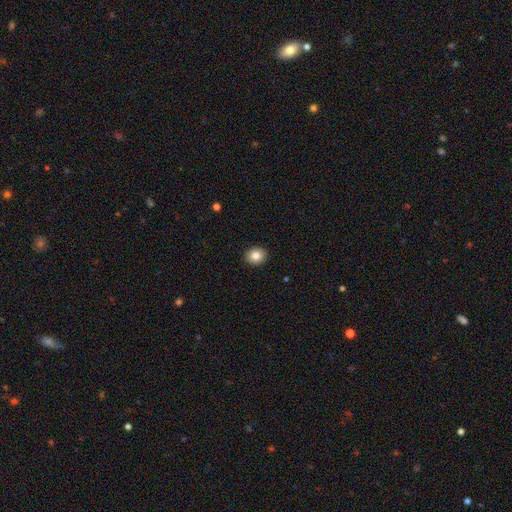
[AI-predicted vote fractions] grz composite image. It shows a smooth galaxy with no disk features (83%) that is round (70%). Merging: none (92%).